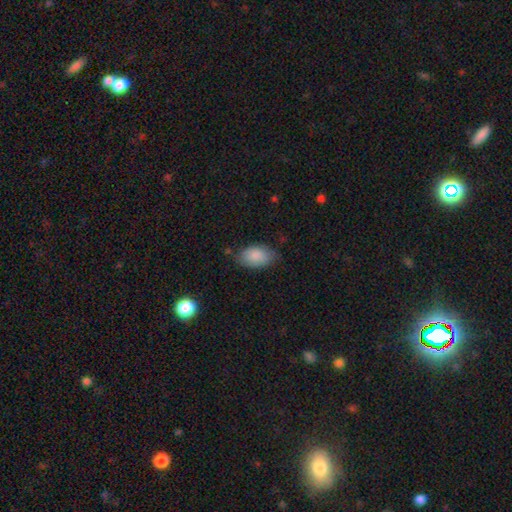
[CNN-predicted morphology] This appears to be a smooth galaxy with no disk features (87%) that is in between round and cigar-shaped (92%). Merging: none (72%).